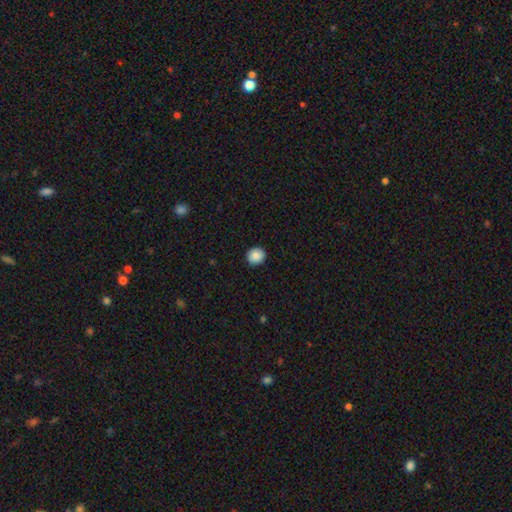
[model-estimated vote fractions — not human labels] Morphology: type=smooth (86%); roundness=round (85%); merging=none (90%).